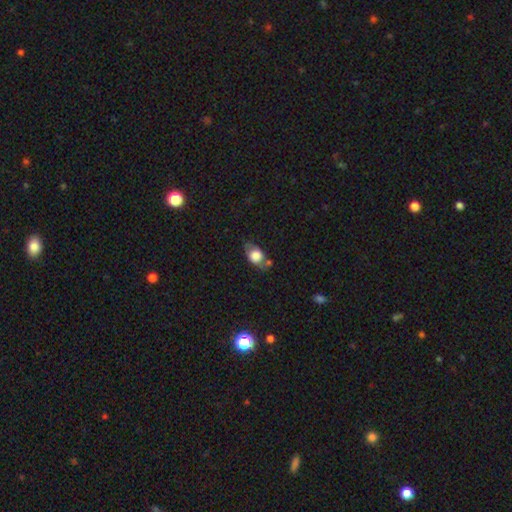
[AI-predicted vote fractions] smooth 69%, featured or disk 23%, star or artifact 9%. Down the decision tree: how rounded — in between (70%); merging — none (59%).